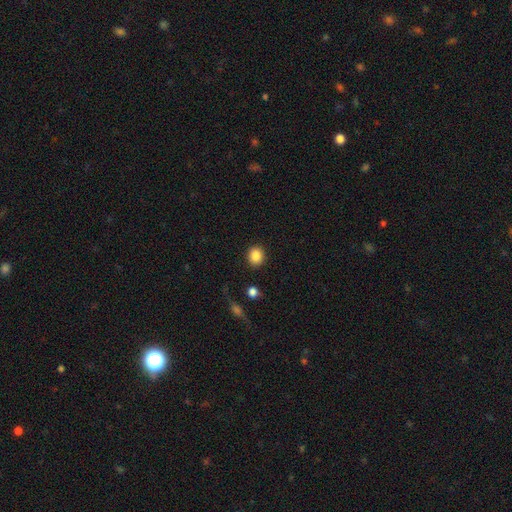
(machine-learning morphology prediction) Smooth or featured: smooth — 86% (star or artifact — 9%)
How rounded: round — 78% (in between — 21%)
Merging: none — 89% (minor disturbance — 7%)